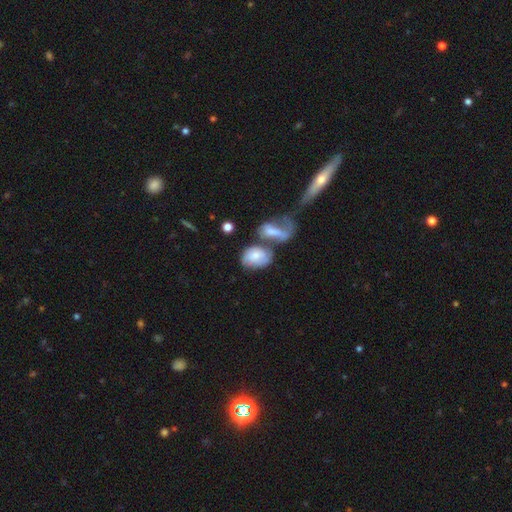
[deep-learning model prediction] A smooth galaxy with no disk features (57%) that is in between round and cigar-shaped (78%). Merging: merger (48%).